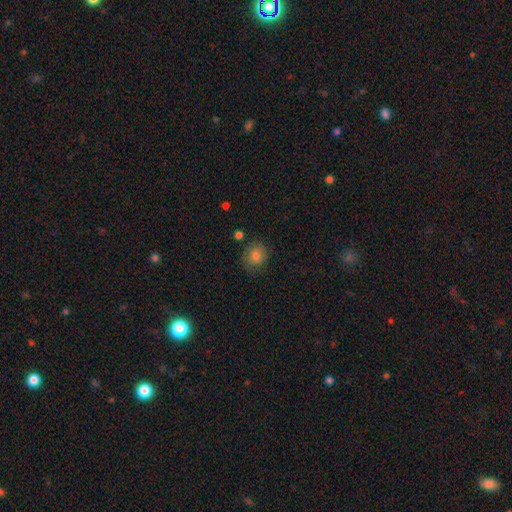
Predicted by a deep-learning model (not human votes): This appears to be a smooth galaxy with no disk features (79%) that is round (75%). Merging: none (77%).